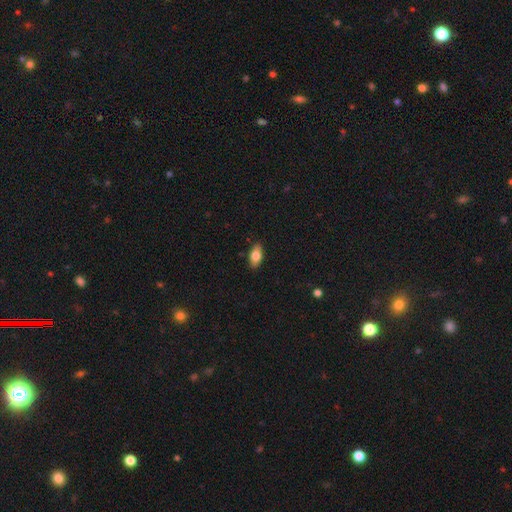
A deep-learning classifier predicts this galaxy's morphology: Smooth or featured? Predicted: smooth (p=0.78). How rounded? Predicted: in between (p=0.88). Merging? Predicted: none (p=0.88).